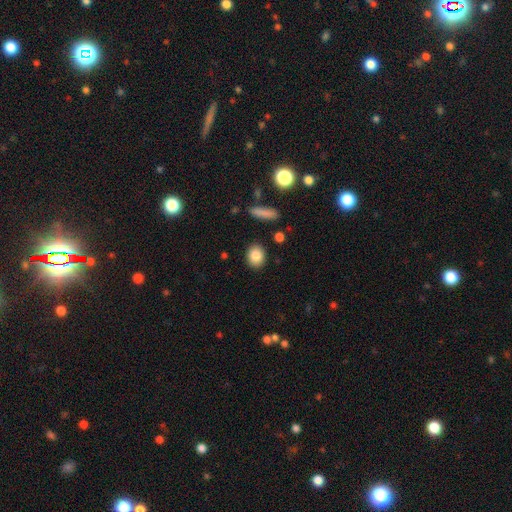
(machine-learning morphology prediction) A smooth galaxy with no disk features (86%) that is round (59%).

Vote fractions:
- Smooth or featured? smooth: 86% / star or artifact: 8% / featured or disk: 6%
- How rounded? round: 59% / in between: 39% / cigar-shaped: 2%
- Merging? none: 89% / minor disturbance: 7% / major disturbance: 2% / merger: 2%